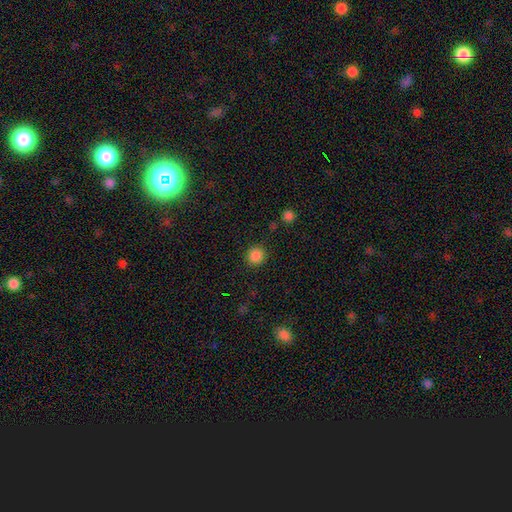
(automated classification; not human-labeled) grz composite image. It shows a smooth galaxy with no disk features (86%) that is round (91%). Merging: none (90%).